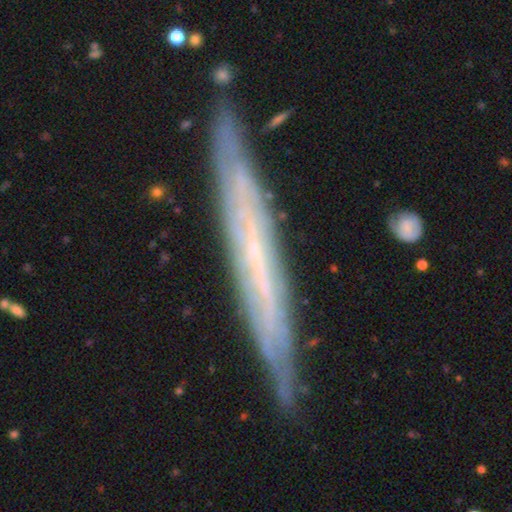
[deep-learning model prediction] Smooth or featured? featured or disk (71%)
Edge-on disk? yes (82%)
Edge-on bulge? none (79%)
Merging? none (86%)